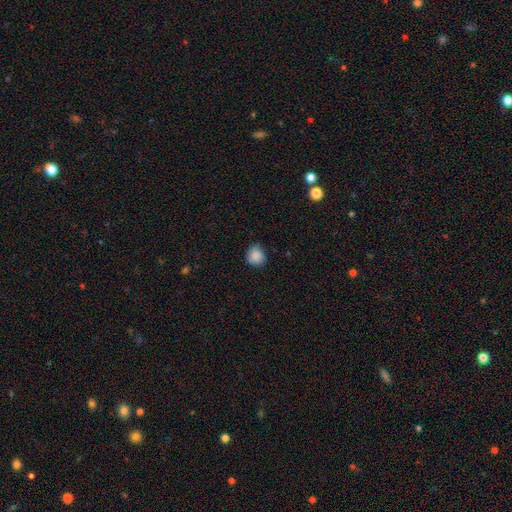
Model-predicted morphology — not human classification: The model was most divided on "merging": none: 70%, minor disturbance: 25%, major disturbance: 4%, merger: 1%. More confident: smooth or featured — smooth (86%); how rounded — round (82%).